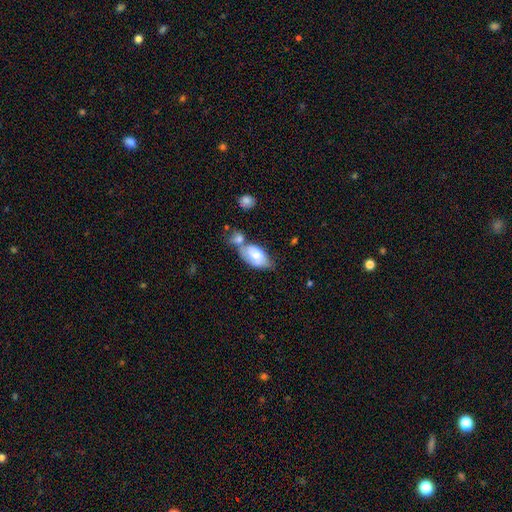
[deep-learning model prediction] Q: Smooth or featured?
A: smooth (68%); runner-up: featured or disk (25%)
Q: How rounded?
A: in between (92%); runner-up: round (5%)
Q: Merging?
A: none (37%); runner-up: merger (36%)